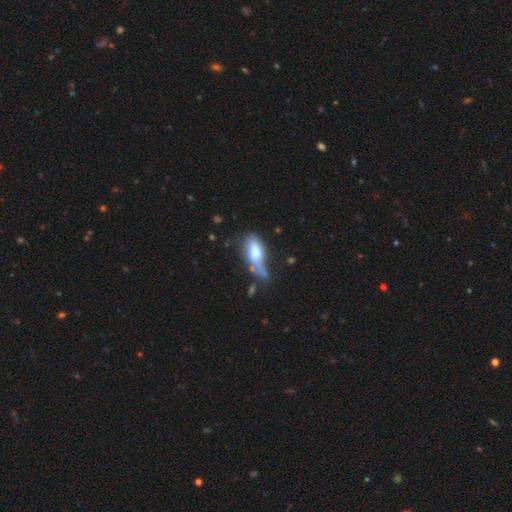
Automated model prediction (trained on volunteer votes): This is possibly a smooth galaxy (58%). How rounded: likely in between (78%). Merging: marginally minor disturbance (29%).